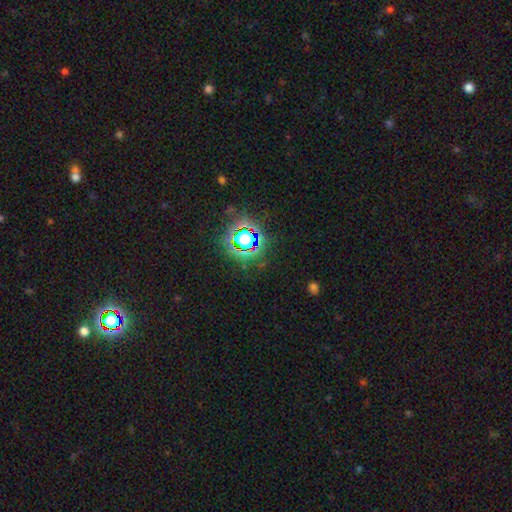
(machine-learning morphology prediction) star or artifact 79%, smooth 13%, featured or disk 8%.